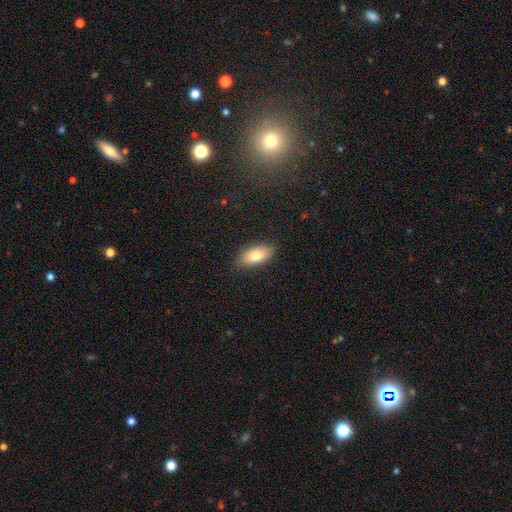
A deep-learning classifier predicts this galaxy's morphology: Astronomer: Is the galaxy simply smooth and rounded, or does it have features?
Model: smooth — 80%.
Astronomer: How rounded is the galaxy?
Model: in between — 89%.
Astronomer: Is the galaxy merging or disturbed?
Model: none — 86%.